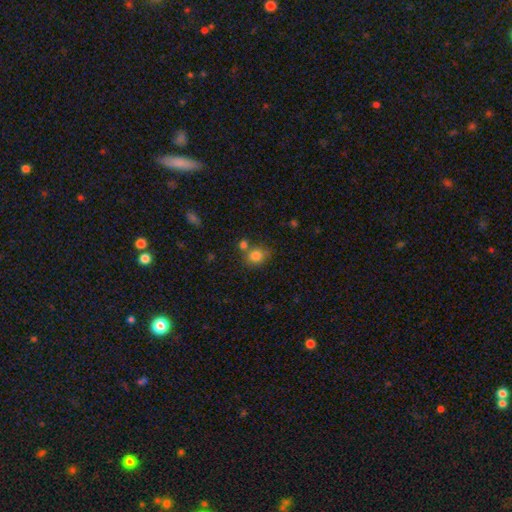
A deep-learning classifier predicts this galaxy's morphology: Overall: smooth (82%). How rounded: round (74%). Merging: none (61%).